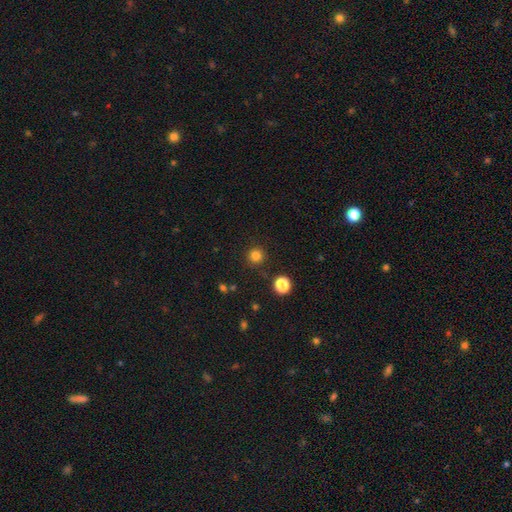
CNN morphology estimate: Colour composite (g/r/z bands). It shows a smooth galaxy with no disk features (82%) that is round (95%). Merging: none (90%).